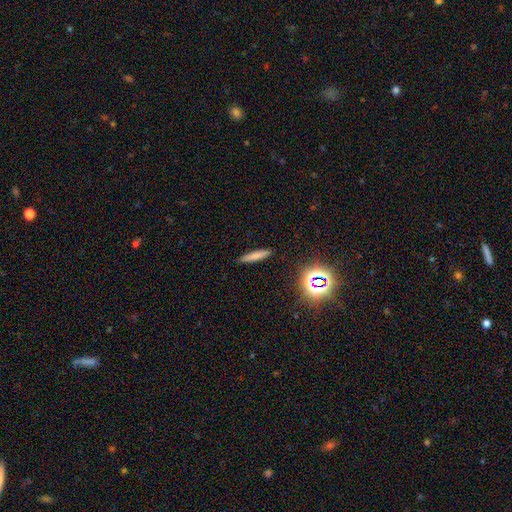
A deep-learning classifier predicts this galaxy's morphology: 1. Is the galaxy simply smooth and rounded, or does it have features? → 74% smooth, 13% featured or disk, 13% star or artifact.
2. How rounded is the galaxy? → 89% cigar-shaped, 9% in between, 2% round.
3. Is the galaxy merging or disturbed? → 89% none, 7% minor disturbance, 2% major disturbance, 1% merger.